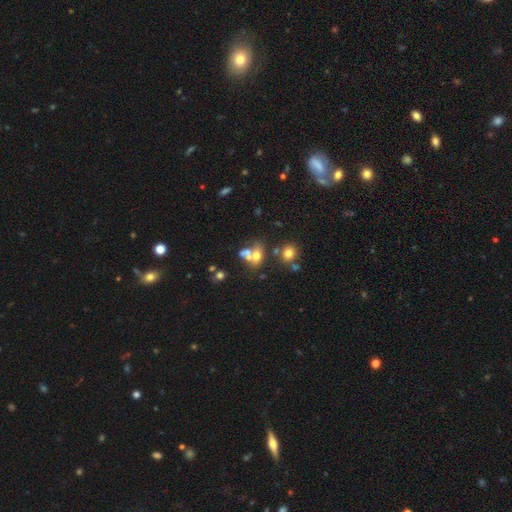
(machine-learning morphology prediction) This appears to be a smooth galaxy with no disk features (59%) that is in between round and cigar-shaped (61%). Merging: merger (53%).